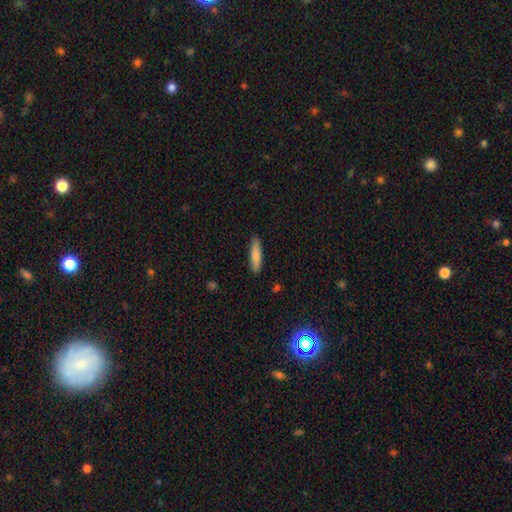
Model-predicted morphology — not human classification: smooth 78%, featured or disk 16%, star or artifact 6%. Down the decision tree: how rounded — cigar-shaped (77%); merging — none (89%).